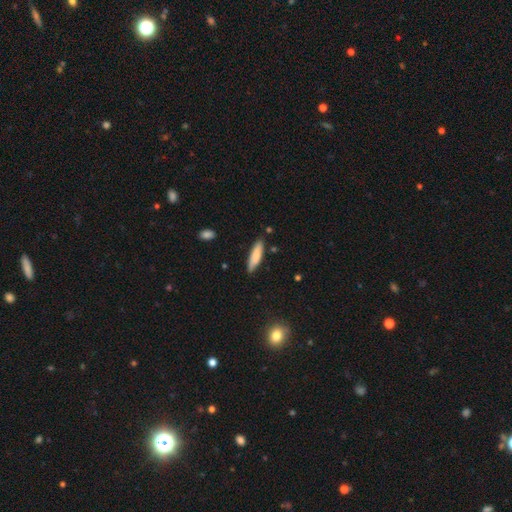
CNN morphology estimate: type=smooth (79%); roundness=cigar-shaped (69%); merging=none (83%).